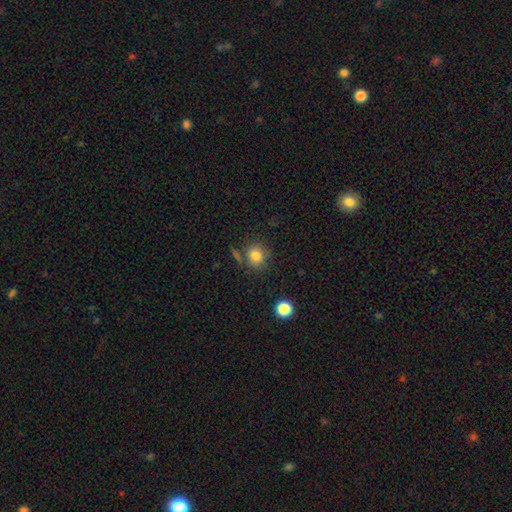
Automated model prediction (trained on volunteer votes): This is clearly a smooth galaxy (81%). How rounded: clearly round (85%). Merging: likely none (76%).